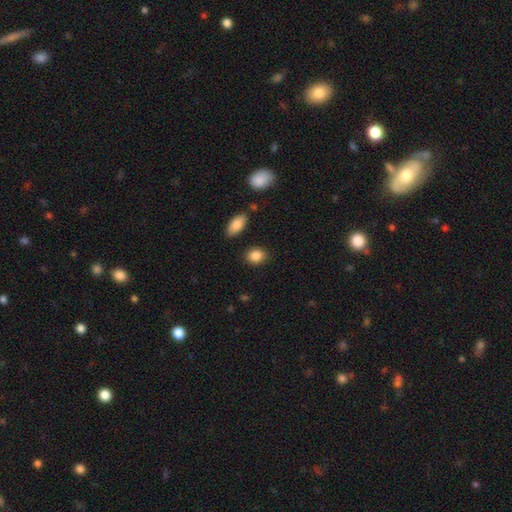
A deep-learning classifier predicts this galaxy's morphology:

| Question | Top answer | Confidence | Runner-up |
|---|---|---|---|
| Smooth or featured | smooth | 88% | star or artifact (8%) |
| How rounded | in between | 56% | round (42%) |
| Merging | none | 86% | minor disturbance (9%) |